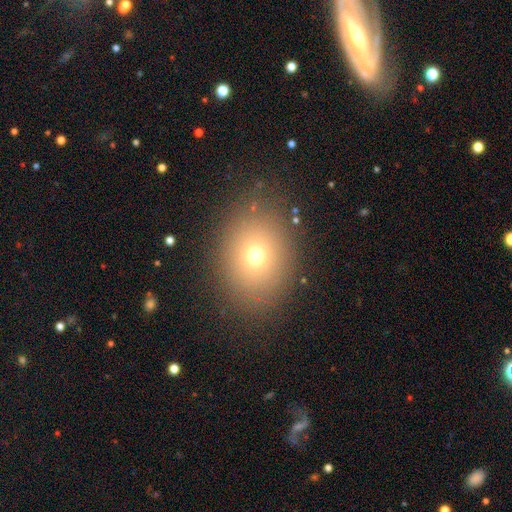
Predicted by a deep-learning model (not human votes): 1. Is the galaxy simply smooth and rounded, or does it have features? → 70% smooth, 16% star or artifact, 13% featured or disk.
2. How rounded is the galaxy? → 53% in between, 46% round, 1% cigar-shaped.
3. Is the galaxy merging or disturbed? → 84% none, 10% minor disturbance, 5% major disturbance, 1% merger.